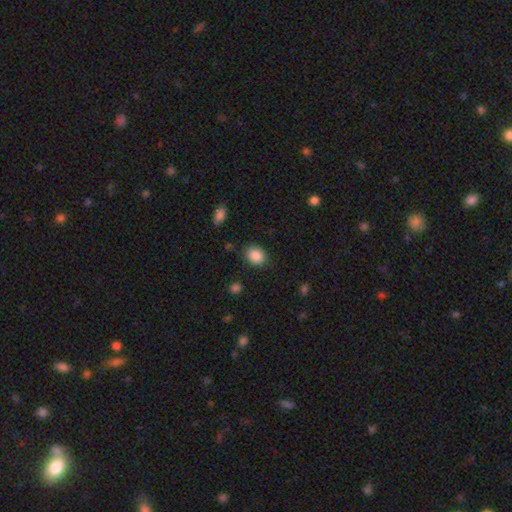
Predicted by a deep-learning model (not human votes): Smooth or featured? Predicted: smooth (p=0.88). How rounded? Predicted: in between (p=0.61). Merging? Predicted: none (p=0.83).